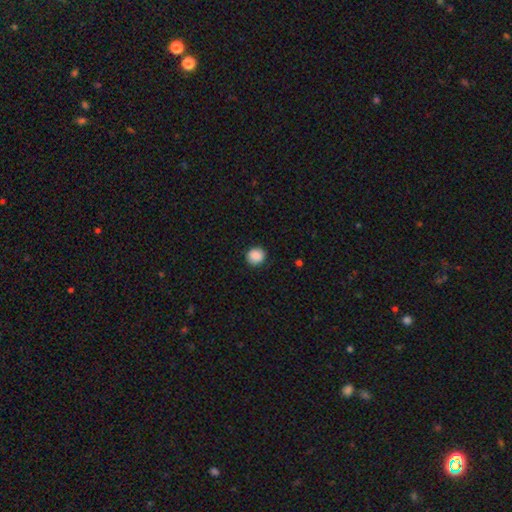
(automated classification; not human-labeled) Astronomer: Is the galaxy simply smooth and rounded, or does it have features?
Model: smooth — 89%.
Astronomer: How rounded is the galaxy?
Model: round — 90%.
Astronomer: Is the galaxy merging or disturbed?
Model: none — 89%.